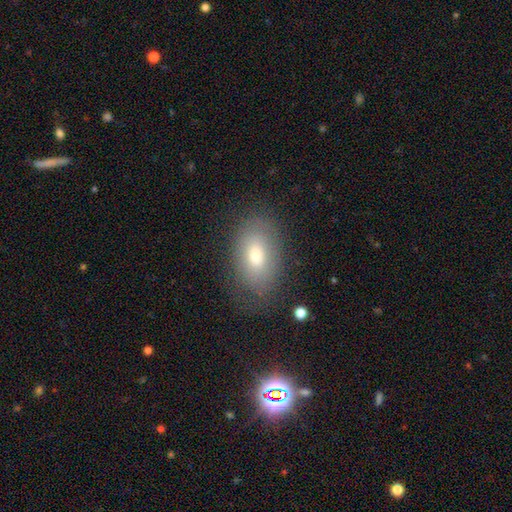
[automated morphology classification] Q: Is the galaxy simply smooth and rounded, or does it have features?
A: smooth — 72%.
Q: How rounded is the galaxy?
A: in between — 89%.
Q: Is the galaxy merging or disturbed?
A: none — 75%.